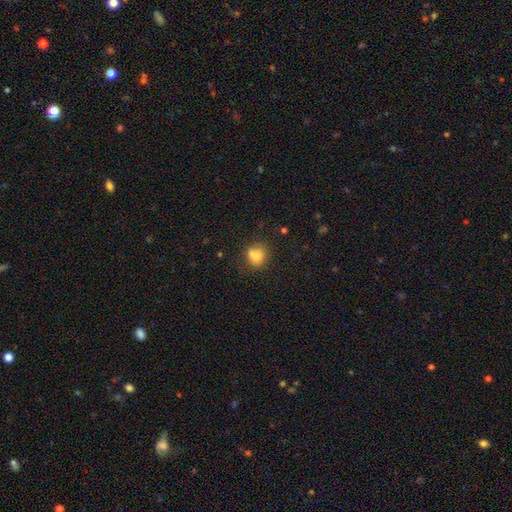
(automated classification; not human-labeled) Smooth or featured?
  - smooth: 74% *
  - featured or disk: 14%
  - star or artifact: 12%
How rounded?
  - round: 73% *
  - in between: 26%
  - cigar-shaped: 1%
Merging?
  - none: 49% *
  - merger: 32%
  - minor disturbance: 14%
  - major disturbance: 5%